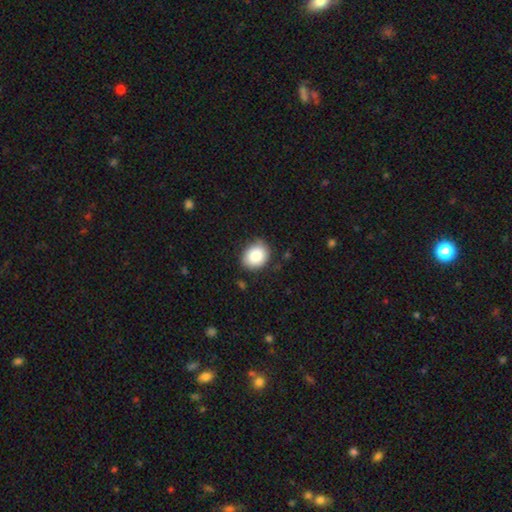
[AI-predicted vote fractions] Smooth or featured? smooth (85%)
How rounded? round (51%)
Merging? none (80%)